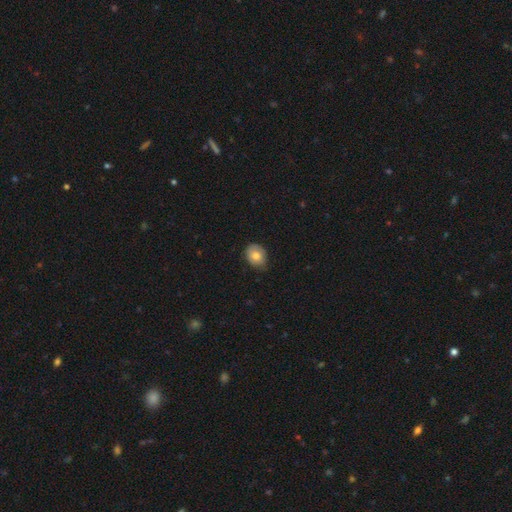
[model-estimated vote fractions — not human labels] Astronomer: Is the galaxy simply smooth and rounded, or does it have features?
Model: smooth — 77%.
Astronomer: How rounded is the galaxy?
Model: in between — 51% (runner-up: round, 48%).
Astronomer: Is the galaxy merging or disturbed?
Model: none — 70%.